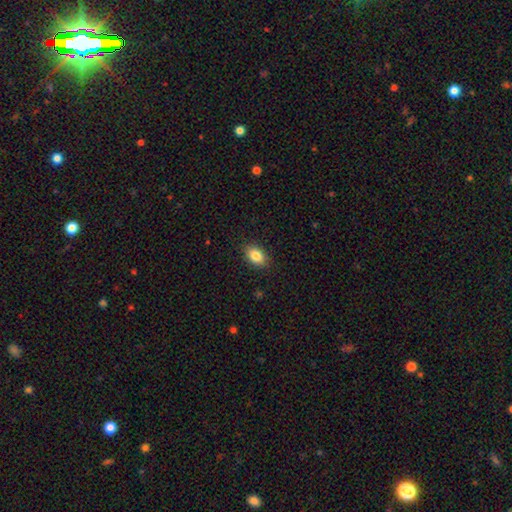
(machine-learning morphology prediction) A smooth galaxy with no disk features (84%) that is in between round and cigar-shaped (79%).

Vote fractions:
- Smooth or featured? smooth: 84% / star or artifact: 9% / featured or disk: 7%
- How rounded? in between: 79% / round: 19% / cigar-shaped: 2%
- Merging? none: 88% / minor disturbance: 9% / major disturbance: 2% / merger: 1%